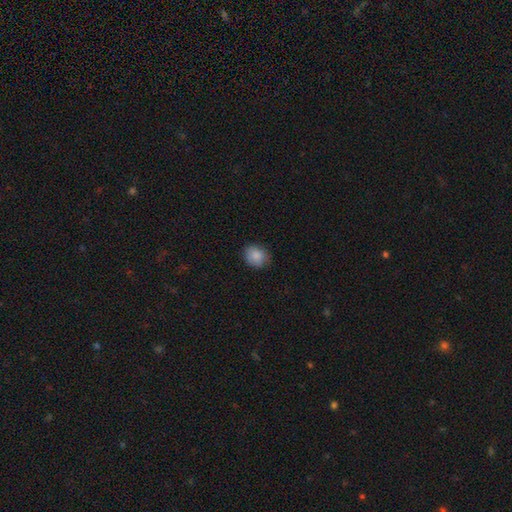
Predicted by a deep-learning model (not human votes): smooth-or-featured: smooth: 86% | star or artifact: 8% | featured or disk: 6%
  how-rounded: round: 65% | in between: 34% | cigar-shaped: 1%
  merging: none: 79% | minor disturbance: 17% | major disturbance: 3% | merger: 1%